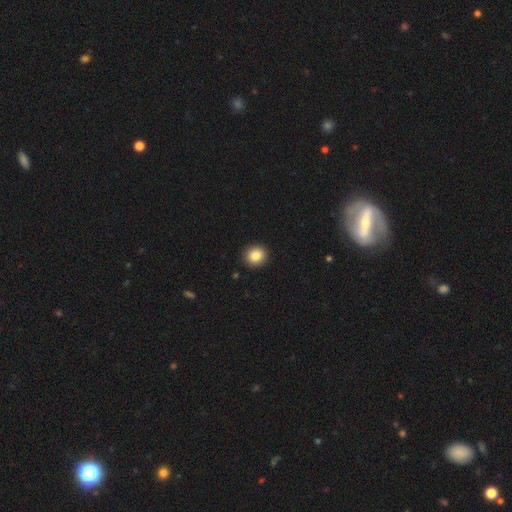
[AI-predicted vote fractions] The model was most divided on "how rounded": round: 82%, in between: 17%, cigar-shaped: 1%. More confident: merging — none (92%); smooth or featured — smooth (85%).